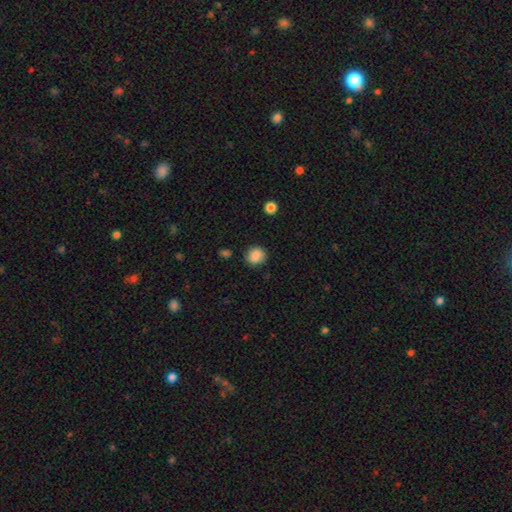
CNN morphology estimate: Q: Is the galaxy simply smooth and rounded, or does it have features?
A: smooth — 87%.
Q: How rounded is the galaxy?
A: round — 81%.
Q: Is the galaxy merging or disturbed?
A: none — 85%.